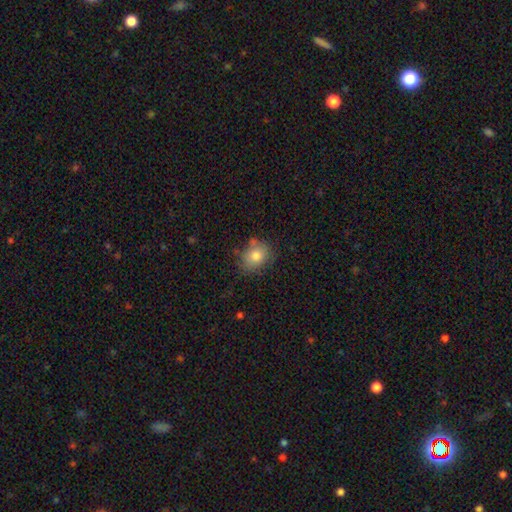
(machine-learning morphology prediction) A smooth galaxy with no disk features (79%) that is round (55%). Merging: none (71%).